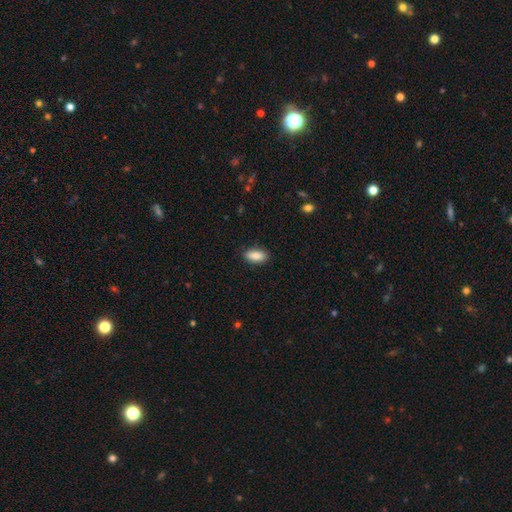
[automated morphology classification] smooth-or-featured: smooth: 89% | star or artifact: 7% | featured or disk: 5%
  how-rounded: in between: 89% | cigar-shaped: 8% | round: 3%
  merging: none: 88% | minor disturbance: 9% | major disturbance: 2% | merger: 1%